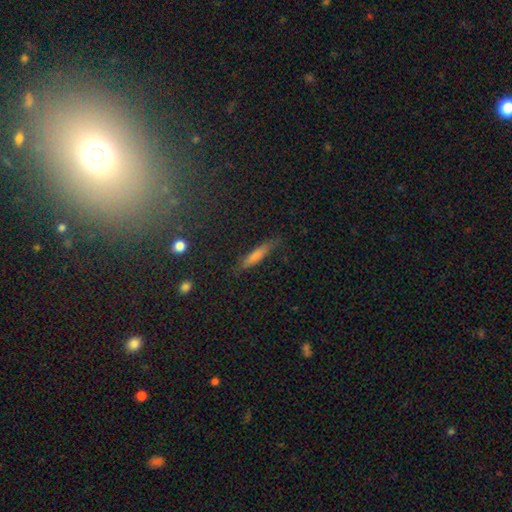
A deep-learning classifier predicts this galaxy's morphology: This appears to be a smooth galaxy with no disk features (67%) that is cigar-shaped (88%). Merging: none (82%).